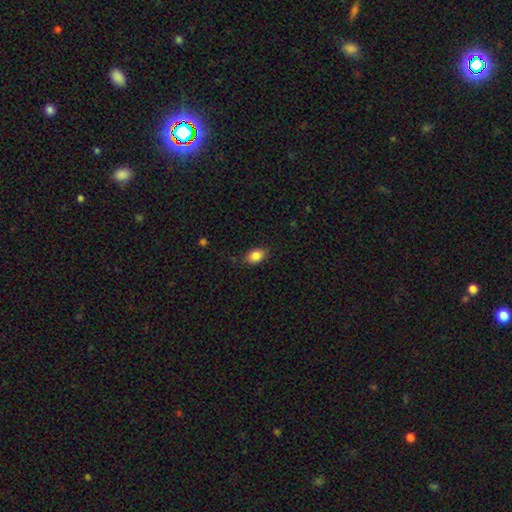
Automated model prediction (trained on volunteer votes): Smooth or featured: smooth — 86% (star or artifact — 8%)
How rounded: in between — 84% (round — 14%)
Merging: none — 82% (minor disturbance — 14%)